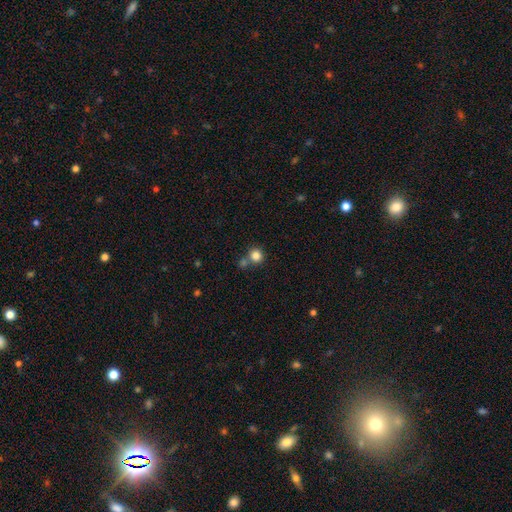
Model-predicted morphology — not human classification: smooth 83%, star or artifact 11%, featured or disk 6%. Down the decision tree: how rounded — round (91%); merging — none (63%).